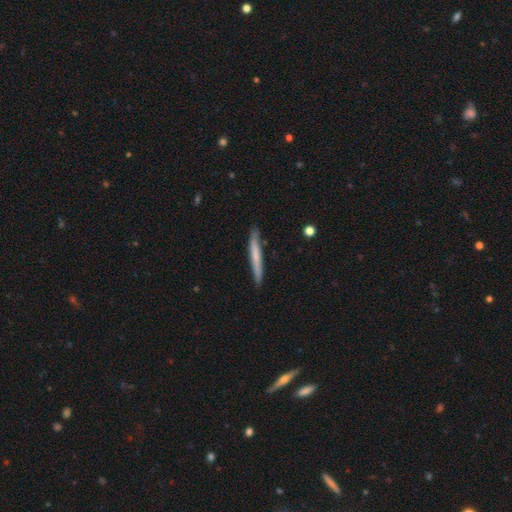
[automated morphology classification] Smooth or featured: smooth — 60% (featured or disk — 34%)
How rounded: cigar-shaped — 96% (in between — 2%)
Merging: none — 85% (minor disturbance — 12%)